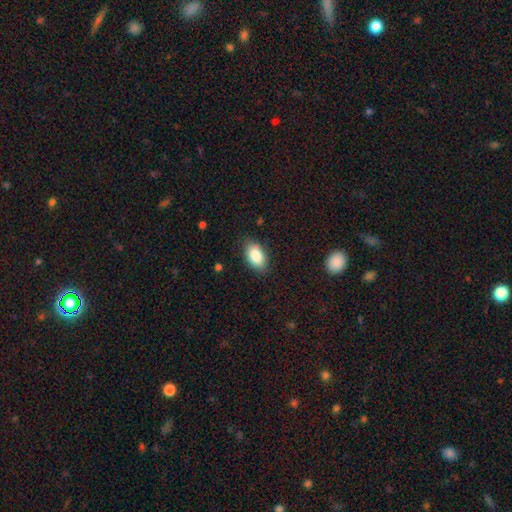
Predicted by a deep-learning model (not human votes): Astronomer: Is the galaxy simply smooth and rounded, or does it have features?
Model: smooth — 86%.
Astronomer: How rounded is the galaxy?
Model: in between — 93%.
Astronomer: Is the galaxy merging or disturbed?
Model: none — 84%.